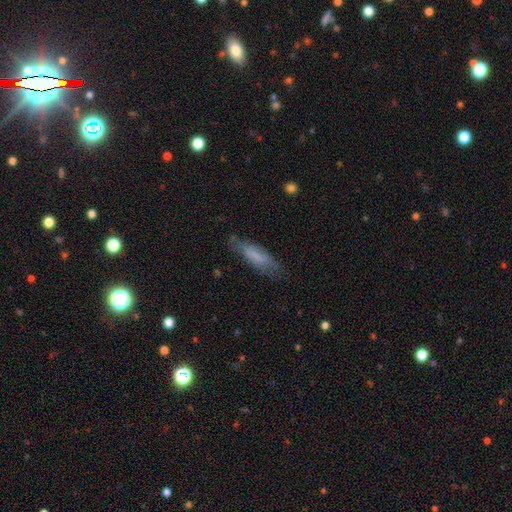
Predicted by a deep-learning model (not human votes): This is likely a smooth galaxy (65%). How rounded: likely cigar-shaped (63%). Merging: likely none (72%).